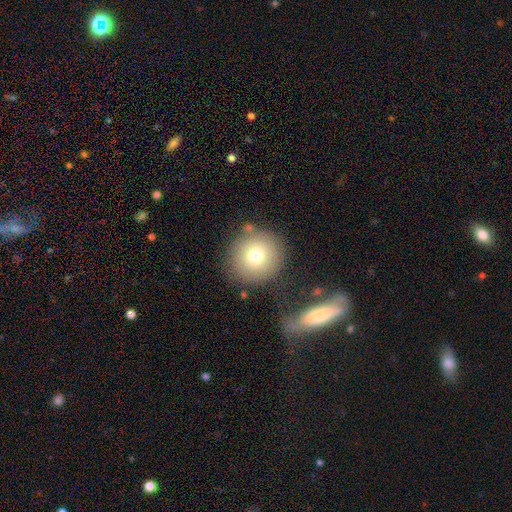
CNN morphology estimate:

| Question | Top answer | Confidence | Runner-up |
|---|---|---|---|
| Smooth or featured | smooth | 76% | featured or disk (13%) |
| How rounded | round | 94% | in between (5%) |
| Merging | none | 80% | minor disturbance (10%) |